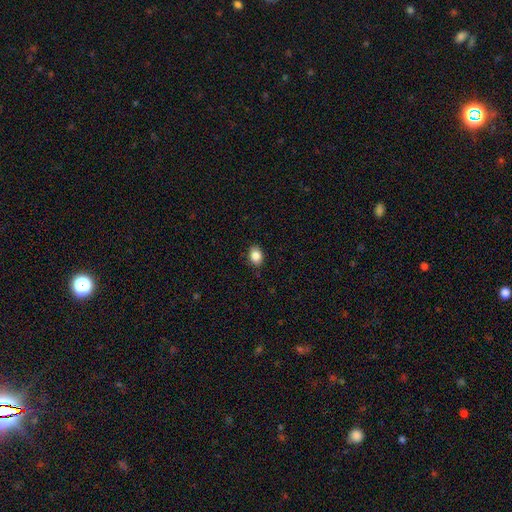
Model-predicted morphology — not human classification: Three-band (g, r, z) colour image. It shows a smooth galaxy with no disk features (87%) that is in between round and cigar-shaped (69%). Merging: none (86%).